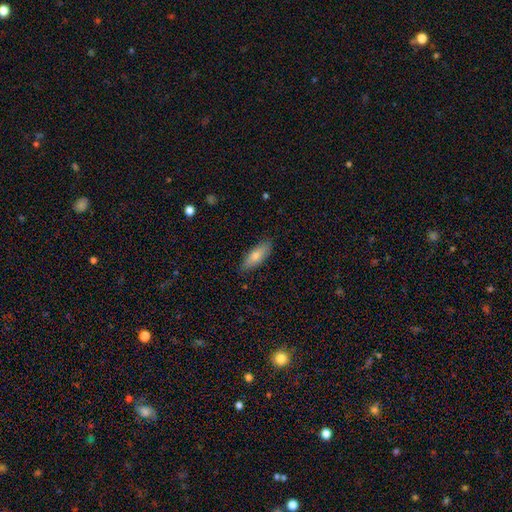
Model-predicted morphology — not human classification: Smooth or featured? smooth (70%)
How rounded? in between (58%)
Merging? none (86%)